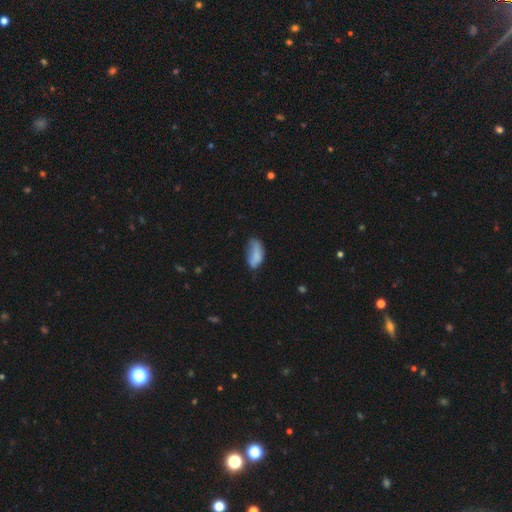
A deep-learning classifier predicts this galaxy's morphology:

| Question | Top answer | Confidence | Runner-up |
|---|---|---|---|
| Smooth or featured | smooth | 77% | featured or disk (14%) |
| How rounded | in between | 89% | cigar-shaped (8%) |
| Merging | none | 39% | minor disturbance (38%) |